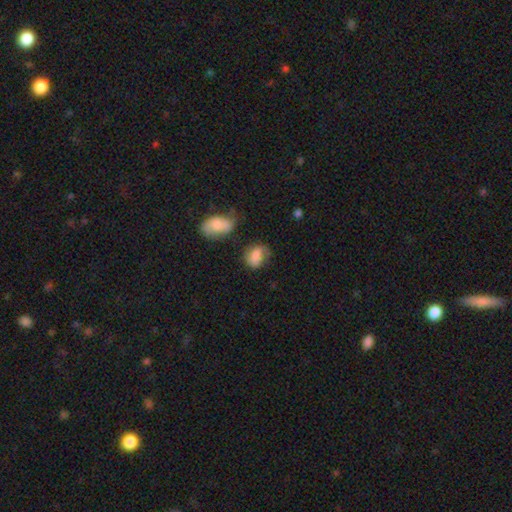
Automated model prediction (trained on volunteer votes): A smooth galaxy with no disk features (72%) that is in between round and cigar-shaped (63%).

Vote fractions:
- Smooth or featured? smooth: 72% / featured or disk: 19% / star or artifact: 9%
- How rounded? in between: 63% / round: 35% / cigar-shaped: 2%
- Merging? none: 50% / minor disturbance: 30% / major disturbance: 14% / merger: 6%